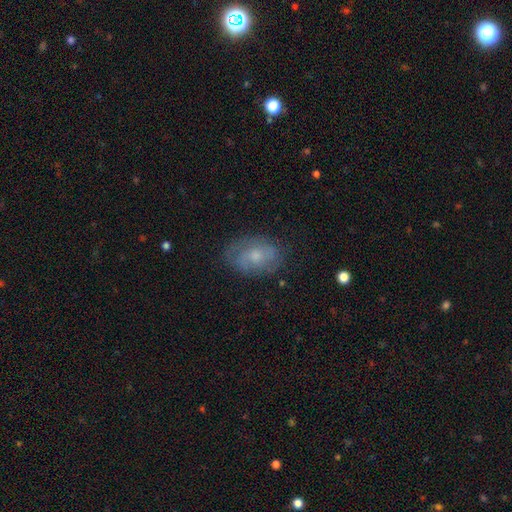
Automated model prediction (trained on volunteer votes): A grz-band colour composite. It shows a featured or disk galaxy (49%). Merging: none (70%).